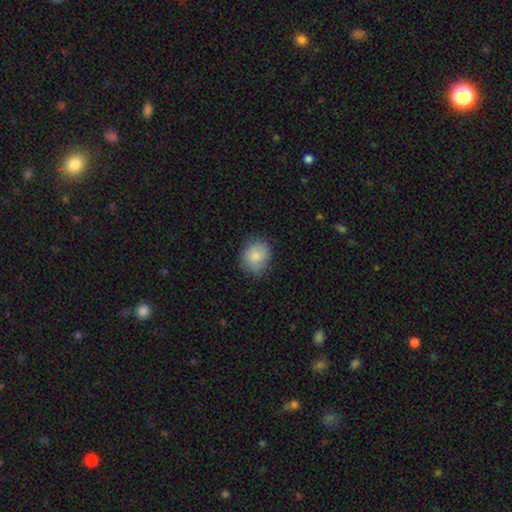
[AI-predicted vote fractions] Morphology: type=smooth (84%); roundness=round (67%); merging=none (79%).